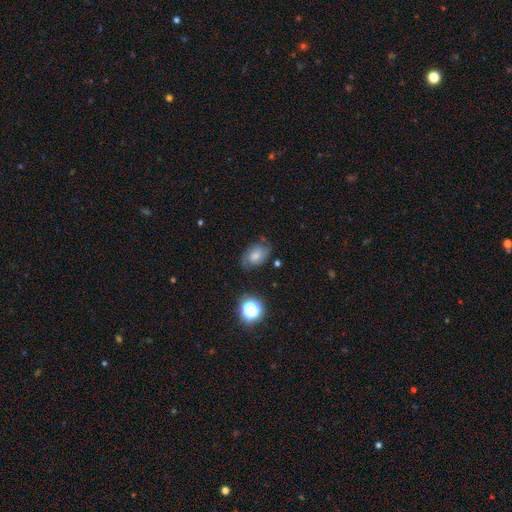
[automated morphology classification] Q: Smooth or featured?
A: smooth (47%); runner-up: featured or disk (39%)
Q: Merging?
A: none (66%); runner-up: minor disturbance (23%)